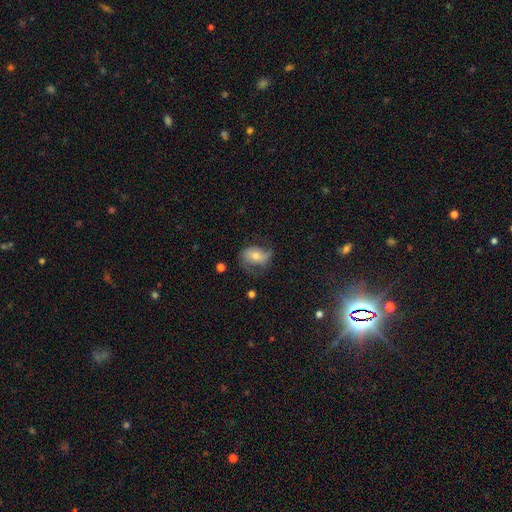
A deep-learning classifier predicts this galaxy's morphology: A featured or disk galaxy (53%) with no bar (61%), spiral arms (81%) and a moderate central bulge (57%).

Vote fractions:
- Smooth or featured? featured or disk: 53% / smooth: 37% / star or artifact: 10%
- Edge-on disk? no: 96% / yes: 4%
- Bar? no: 61% / weak: 28% / strong: 12%
- Spiral arms? yes: 81% / no: 19%
- Bulge size? moderate: 57% / small: 35% / large: 5% / none: 2% / dominant: 1%
- Merging? none: 54% / minor disturbance: 26% / major disturbance: 19% / merger: 2%